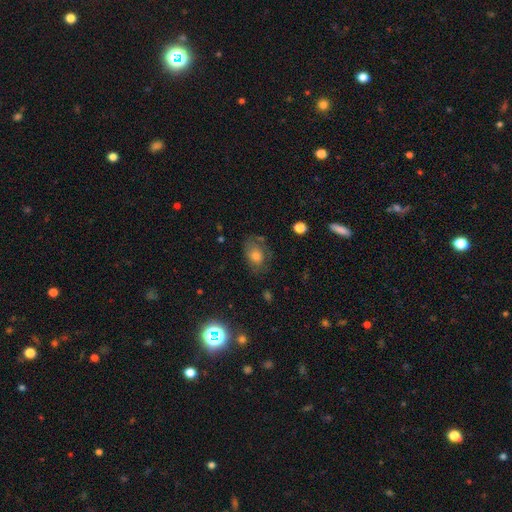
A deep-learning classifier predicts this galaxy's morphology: This is possibly a smooth galaxy (56%). How rounded: likely in between (66%). Merging: likely none (64%).